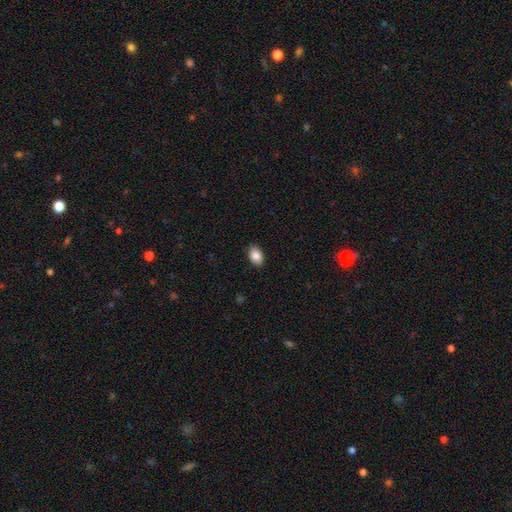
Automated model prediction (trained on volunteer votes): The model was most divided on "how rounded": in between: 85%, round: 14%, cigar-shaped: 1%. More confident: merging — none (88%); smooth or featured — smooth (87%).